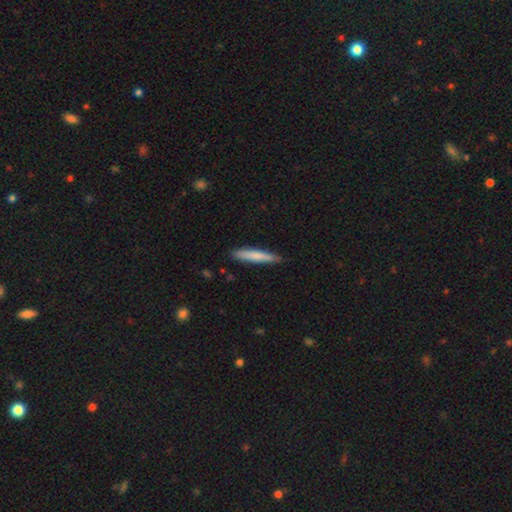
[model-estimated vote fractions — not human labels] This is likely a smooth galaxy (76%). How rounded: clearly cigar-shaped (93%). Merging: clearly none (86%).